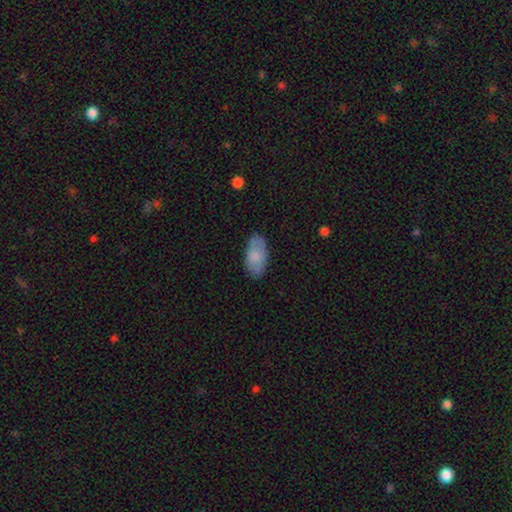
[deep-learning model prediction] Smooth or featured: smooth — 77% (featured or disk — 17%)
How rounded: in between — 94% (cigar-shaped — 3%)
Merging: none — 77% (minor disturbance — 18%)